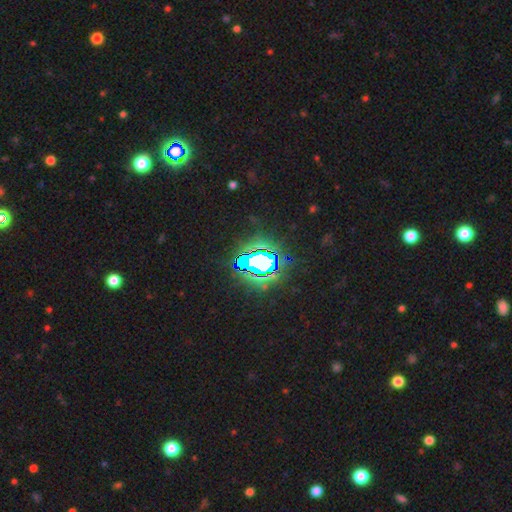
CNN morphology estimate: Smooth or featured: star or artifact — 79% (smooth — 13%)